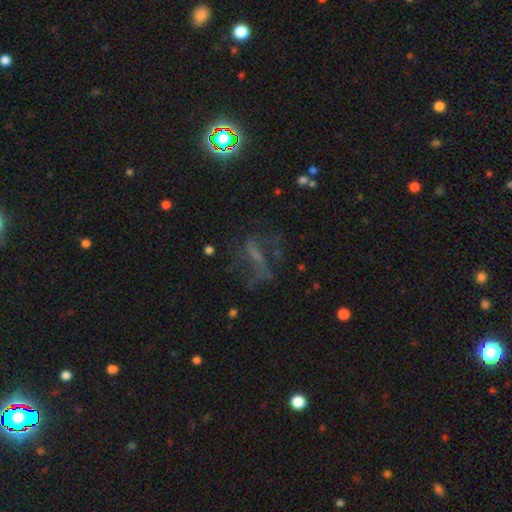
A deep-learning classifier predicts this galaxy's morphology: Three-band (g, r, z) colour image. It shows a featured or disk galaxy (49%). Merging: none (54%).